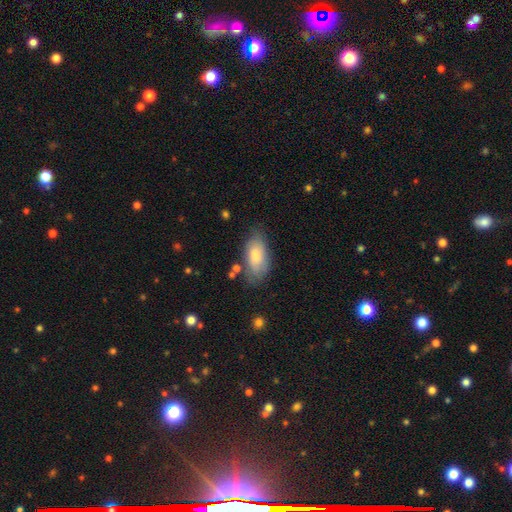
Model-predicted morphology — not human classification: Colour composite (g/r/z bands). It shows a smooth galaxy with no disk features (75%) that is in between round and cigar-shaped (90%). Merging: none (70%).